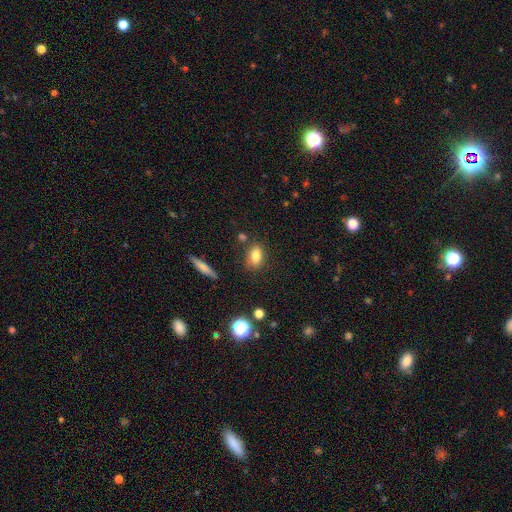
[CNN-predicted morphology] The model was most divided on "merging": none: 79%, minor disturbance: 13%, merger: 4%, major disturbance: 3%. More confident: how rounded — in between (82%); smooth or featured — smooth (81%).